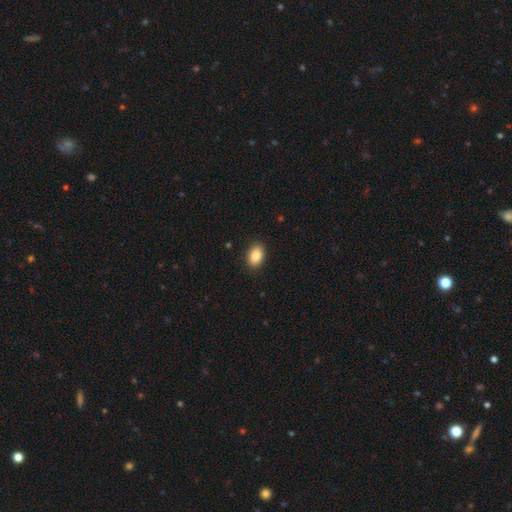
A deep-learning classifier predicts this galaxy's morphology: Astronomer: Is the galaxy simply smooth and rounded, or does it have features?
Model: smooth — 87%.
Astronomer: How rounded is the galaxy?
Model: in between — 87%.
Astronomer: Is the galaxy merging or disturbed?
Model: none — 89%.